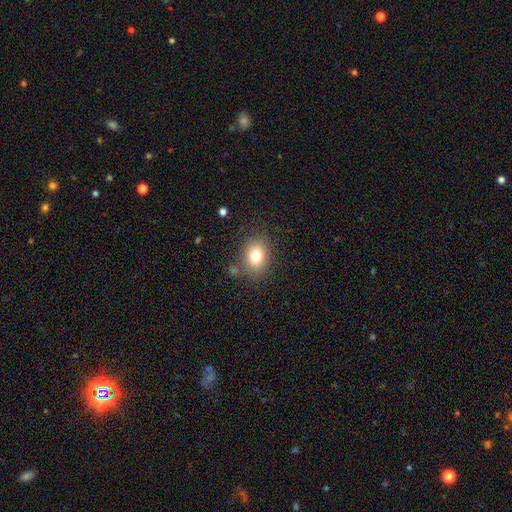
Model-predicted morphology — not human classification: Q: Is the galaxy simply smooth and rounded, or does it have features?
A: smooth — 78%.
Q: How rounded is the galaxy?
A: in between — 57%.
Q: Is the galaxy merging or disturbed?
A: none — 80%.